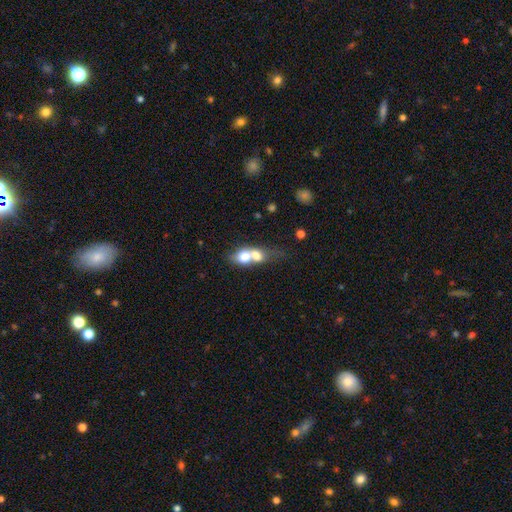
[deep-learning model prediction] Smooth or featured?
  - smooth: 65% *
  - featured or disk: 26%
  - star or artifact: 9%
How rounded?
  - in between: 54% *
  - round: 38%
  - cigar-shaped: 8%
Merging?
  - merger: 72% *
  - none: 17%
  - minor disturbance: 6%
  - major disturbance: 5%